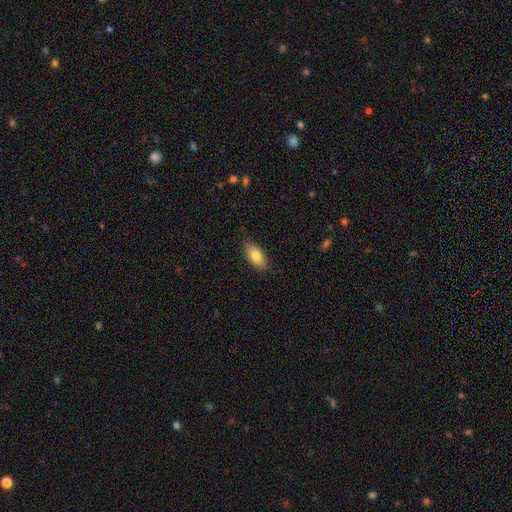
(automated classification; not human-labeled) Smooth or featured?
  - smooth: 80% *
  - featured or disk: 14%
  - star or artifact: 7%
How rounded?
  - in between: 86% *
  - cigar-shaped: 11%
  - round: 3%
Merging?
  - none: 86% *
  - minor disturbance: 11%
  - major disturbance: 2%
  - merger: 1%